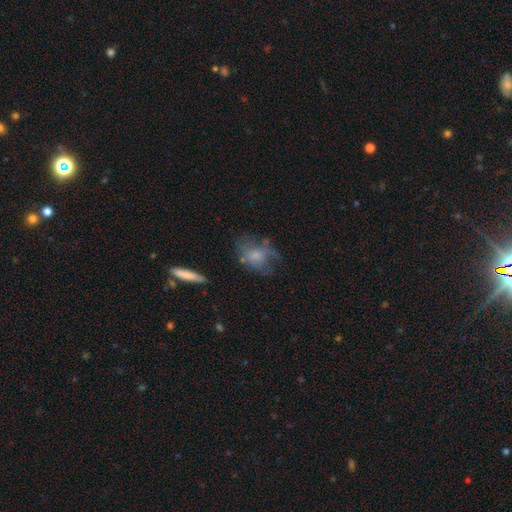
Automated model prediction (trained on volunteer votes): Overall: smooth (54%; featured or disk 36%). How rounded: in between (66%; round 32%). Merging: none (41%; major disturbance 29%).